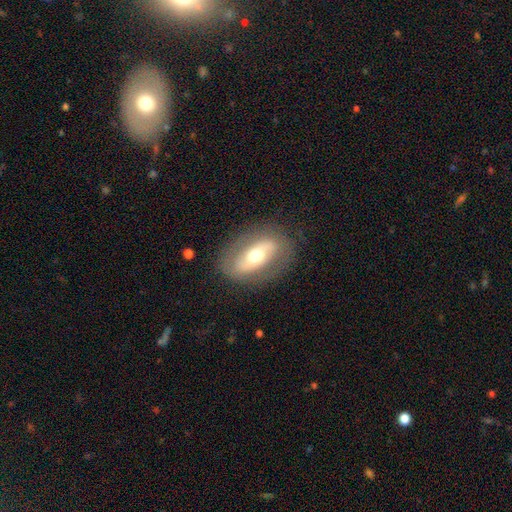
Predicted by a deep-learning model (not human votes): Smooth or featured?
  - featured or disk: 59% *
  - smooth: 35%
  - star or artifact: 6%
Edge-on disk?
  - no: 88% *
  - yes: 12%
Bar?
  - strong: 36% * (tied)
  - no: 36% * (tied)
  - weak: 27%
Spiral arms?
  - no: 57% *
  - yes: 43%
Bulge size?
  - moderate: 68% *
  - large: 18%
  - small: 11%
  - dominant: 2%
  - none: 1%
Merging?
  - none: 80% *
  - minor disturbance: 13%
  - major disturbance: 7%
  - merger: 1%